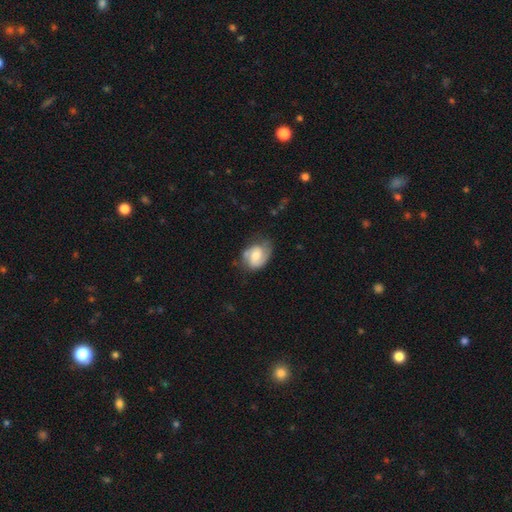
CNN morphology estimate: Smooth or featured? Predicted: featured or disk (p=0.59). Edge-on disk? Predicted: no (p=0.97). Bar? Predicted: no (p=0.49). Spiral arms? Predicted: yes (p=0.88). Spiral winding? Predicted: medium (p=0.44). Spiral arm count? Predicted: 2 (p=0.71). Bulge size? Predicted: moderate (p=0.55). Merging? Predicted: none (p=0.59).